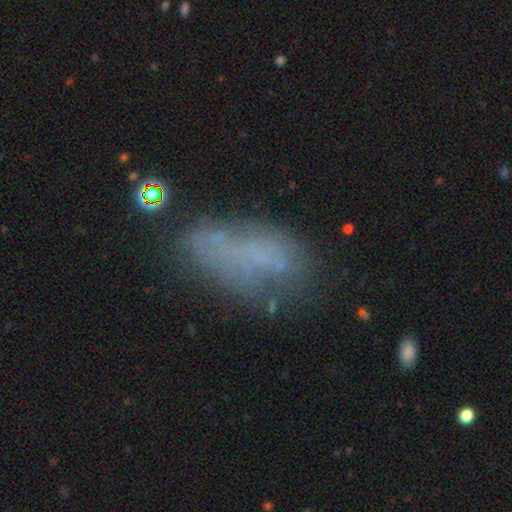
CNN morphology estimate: Smooth or featured? smooth (48%)
Merging? none (47%)